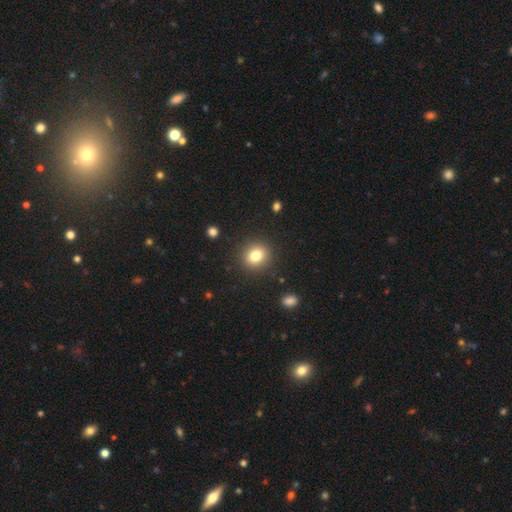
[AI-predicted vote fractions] Smooth or featured? Predicted: smooth (p=0.81). How rounded? Predicted: round (p=0.79). Merging? Predicted: none (p=0.89).